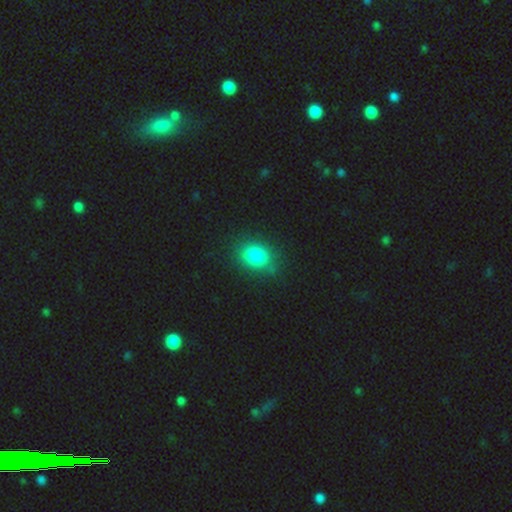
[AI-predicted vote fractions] smooth-or-featured: smooth: 82% | star or artifact: 12% | featured or disk: 6%
  how-rounded: in between: 62% | round: 37% | cigar-shaped: 2%
  merging: none: 81% | minor disturbance: 13% | major disturbance: 4% | merger: 2%